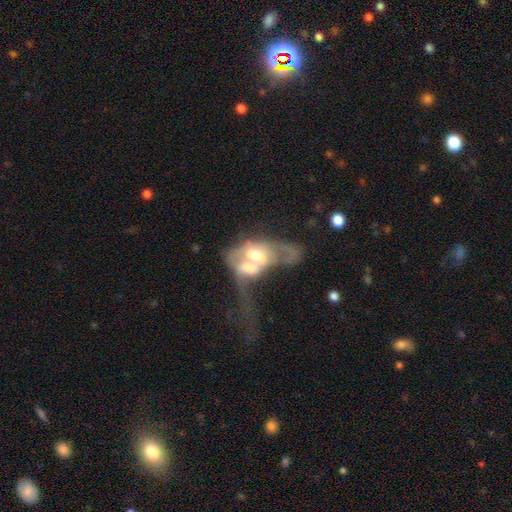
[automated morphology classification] Smooth or featured? Predicted: featured or disk (p=0.59). Edge-on disk? Predicted: no (p=0.92). Bar? Predicted: no (p=0.64). Spiral arms? Predicted: no (p=0.57). Bulge size? Predicted: moderate (p=0.51). Merging? Predicted: merger (p=0.70).